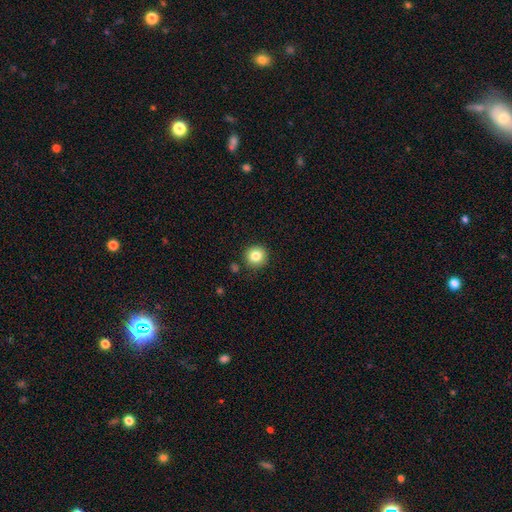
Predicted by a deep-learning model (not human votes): smooth_or_featured: smooth (p=0.83) [alt: star or artifact p=0.11]
how_rounded: round (p=0.94) [alt: in between p=0.05]
merging: none (p=0.88) [alt: minor disturbance p=0.07]